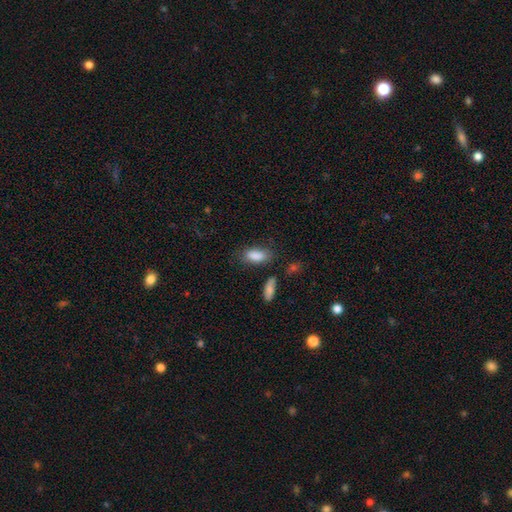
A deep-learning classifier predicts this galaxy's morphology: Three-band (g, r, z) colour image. It shows a smooth galaxy with no disk features (86%) that is in between round and cigar-shaped (88%). Merging: none (69%).